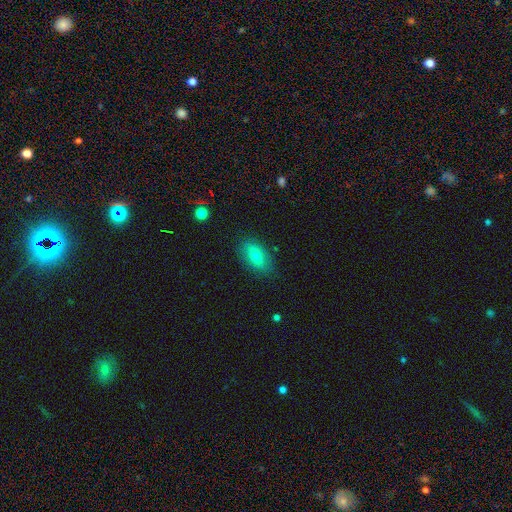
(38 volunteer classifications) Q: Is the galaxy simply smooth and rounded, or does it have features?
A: smooth — 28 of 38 (74%).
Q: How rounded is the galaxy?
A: in between — 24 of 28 (86%).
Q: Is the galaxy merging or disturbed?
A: none — 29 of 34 (85%).